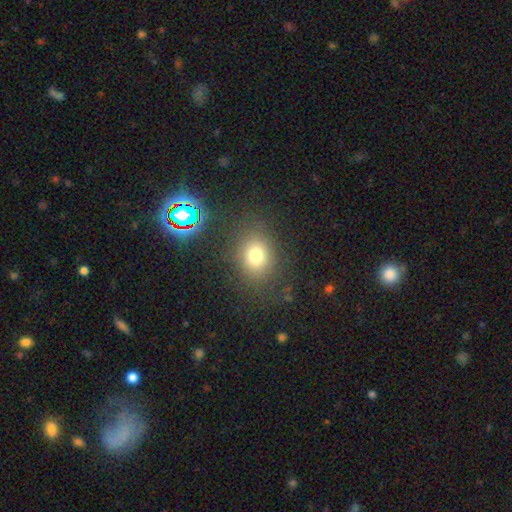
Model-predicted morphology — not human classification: type=smooth (73%); roundness=round (59%); merging=none (81%).